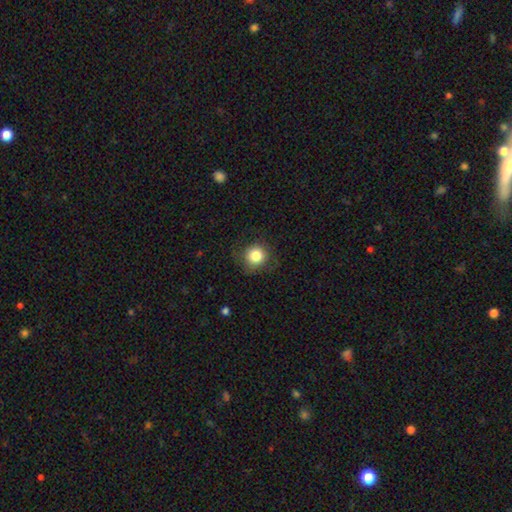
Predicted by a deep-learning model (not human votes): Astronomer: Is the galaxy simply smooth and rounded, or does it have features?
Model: smooth — 83%.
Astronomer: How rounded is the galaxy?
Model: round — 91%.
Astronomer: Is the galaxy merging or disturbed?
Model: none — 82%.